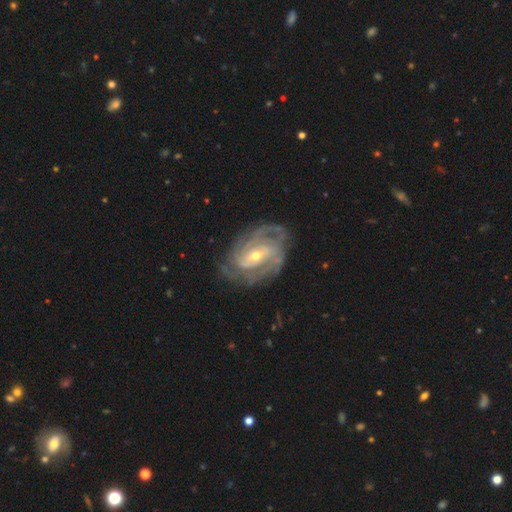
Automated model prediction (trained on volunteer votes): Morphology: type=featured or disk (90%); edge-on=no (97%); bar=weak (43%); spiral arms=yes (97%); winding=tight (59%); arm count=3 (30%); bulge=small (54%); merging=none (75%).